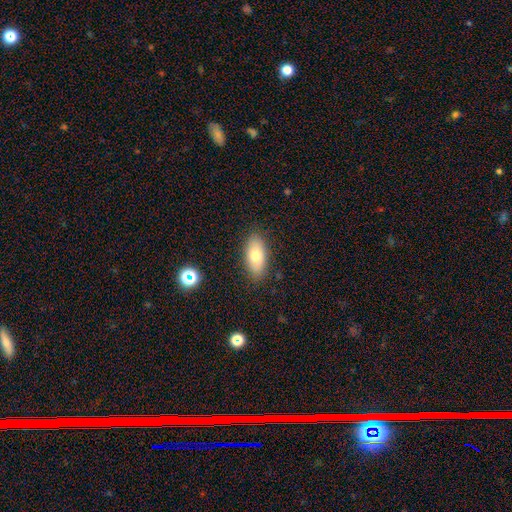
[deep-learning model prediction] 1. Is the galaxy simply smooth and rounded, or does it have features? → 73% smooth, 19% featured or disk, 8% star or artifact.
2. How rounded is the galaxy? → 87% in between, 9% cigar-shaped, 4% round.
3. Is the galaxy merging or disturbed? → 86% none, 10% minor disturbance, 2% major disturbance, 1% merger.